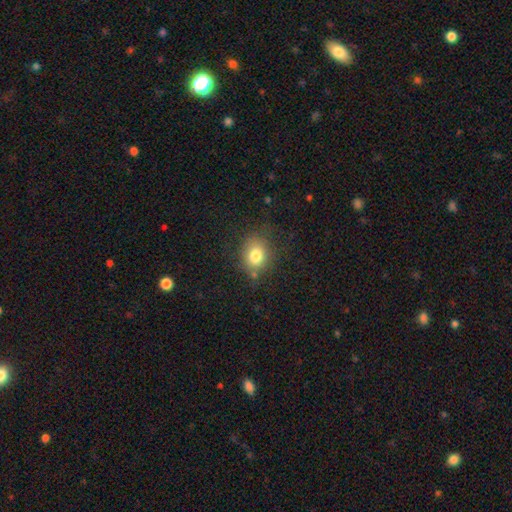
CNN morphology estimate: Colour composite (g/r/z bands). It shows a smooth galaxy with no disk features (79%) that is round (61%). Merging: none (73%).